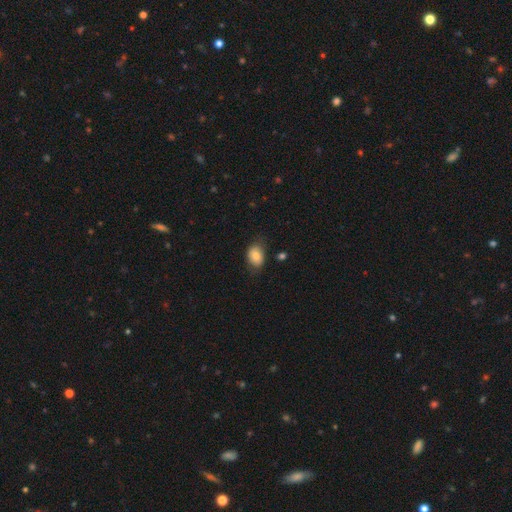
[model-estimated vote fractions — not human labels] smooth-or-featured: smooth: 81% | featured or disk: 10% | star or artifact: 8%
  how-rounded: in between: 76% | round: 23% | cigar-shaped: 1%
  merging: none: 72% | minor disturbance: 21% | major disturbance: 5% | merger: 2%